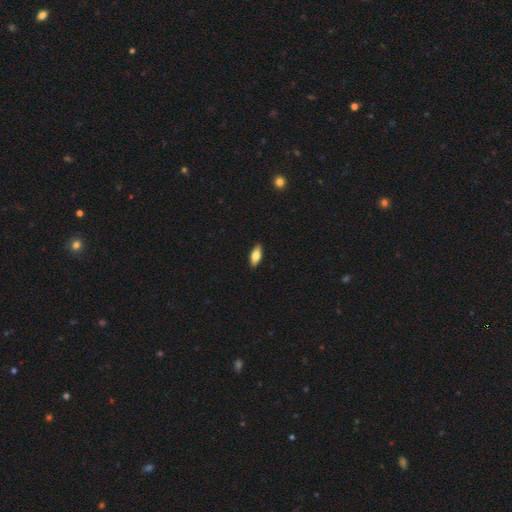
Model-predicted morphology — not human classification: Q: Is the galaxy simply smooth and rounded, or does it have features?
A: smooth — 71%.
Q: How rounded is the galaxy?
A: in between — 77%.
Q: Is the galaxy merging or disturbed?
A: none — 90%.